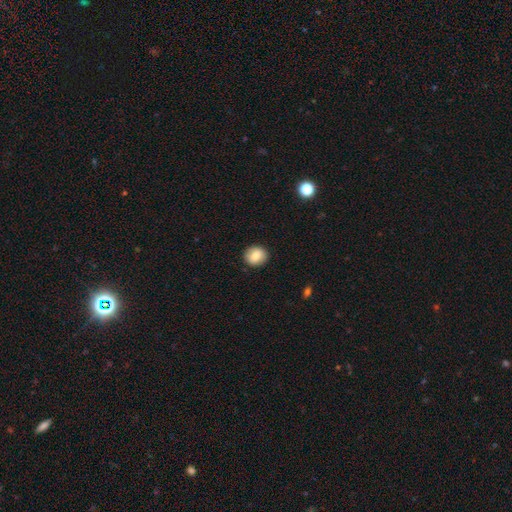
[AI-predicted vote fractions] smooth 83%, featured or disk 9%, star or artifact 8%. Down the decision tree: how rounded — round (79%); merging — none (90%).